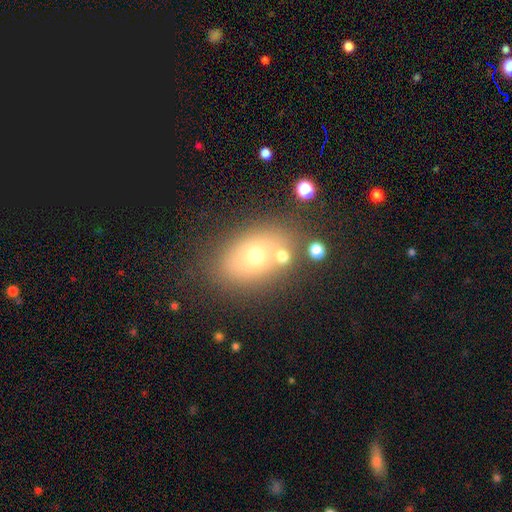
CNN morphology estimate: A smooth galaxy with no disk features (63%) that is in between round and cigar-shaped (76%).

Vote fractions:
- Smooth or featured? smooth: 63% / featured or disk: 21% / star or artifact: 16%
- How rounded? in between: 76% / round: 22% / cigar-shaped: 2%
- Merging? none: 73% / minor disturbance: 13% / merger: 9% / major disturbance: 5%